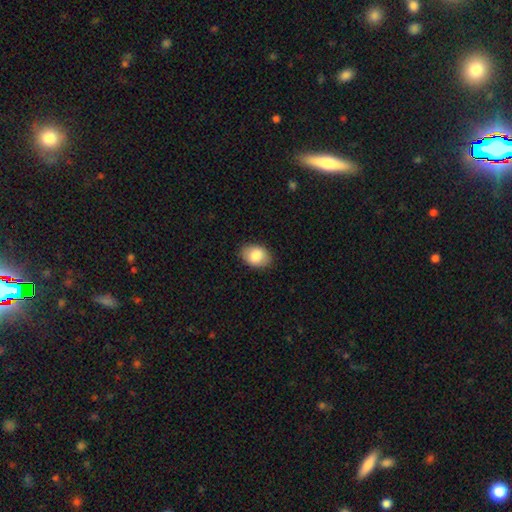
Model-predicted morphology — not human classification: The model was most divided on "how rounded": in between: 80%, round: 19%, cigar-shaped: 1%. More confident: merging — none (86%); smooth or featured — smooth (83%).